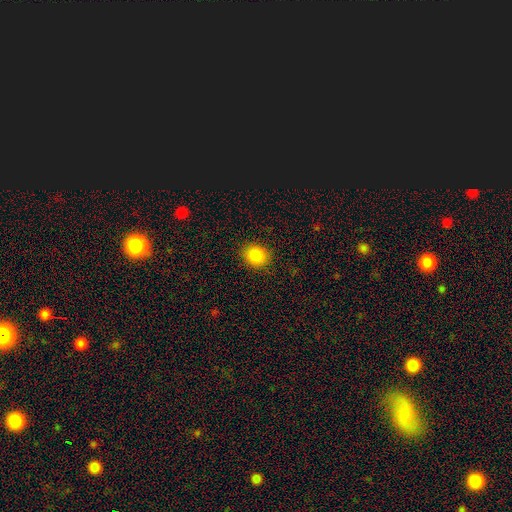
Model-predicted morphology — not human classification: Smooth or featured: smooth — 85% (star or artifact — 10%)
How rounded: round — 66% (in between — 33%)
Merging: none — 89% (minor disturbance — 8%)